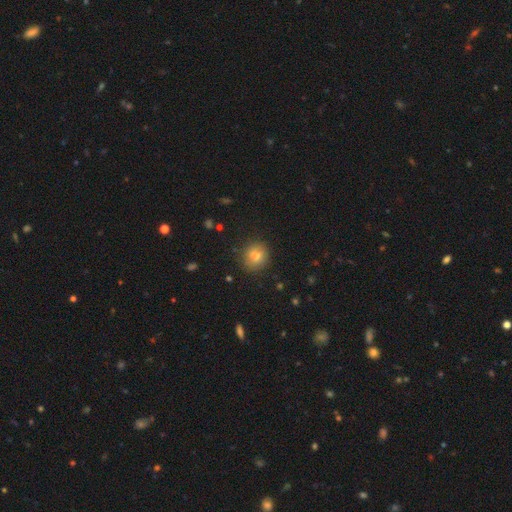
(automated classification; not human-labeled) Smooth or featured: smooth — 72% (featured or disk — 16%)
How rounded: round — 77% (in between — 22%)
Merging: none — 68% (minor disturbance — 15%)